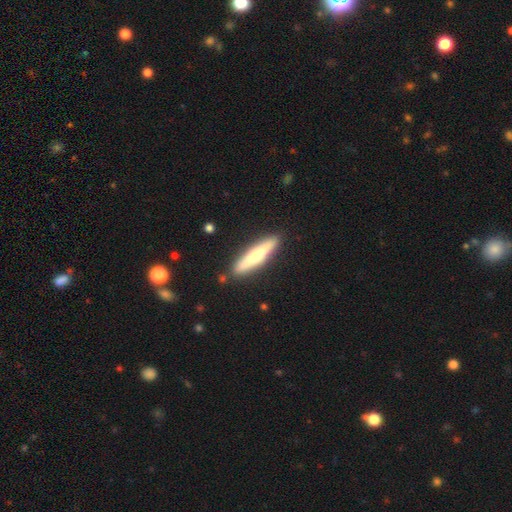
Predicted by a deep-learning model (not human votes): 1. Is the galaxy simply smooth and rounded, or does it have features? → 50% featured or disk, 45% smooth, 5% star or artifact.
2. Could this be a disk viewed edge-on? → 93% yes, 7% no.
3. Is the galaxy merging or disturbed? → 88% none, 8% minor disturbance, 2% merger, 2% major disturbance.